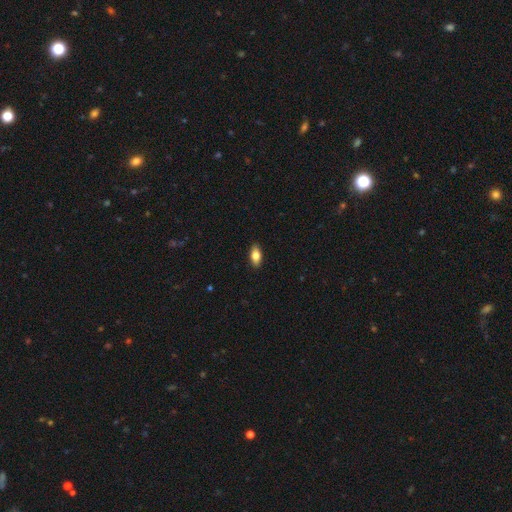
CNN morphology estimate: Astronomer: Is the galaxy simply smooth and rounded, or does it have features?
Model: smooth — 82%.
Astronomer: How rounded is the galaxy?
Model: in between — 89%.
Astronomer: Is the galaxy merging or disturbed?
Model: none — 90%.